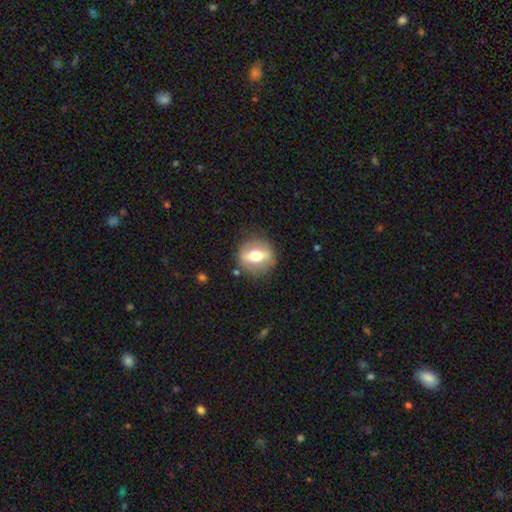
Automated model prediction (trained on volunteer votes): This is possibly a featured or disk galaxy (51%). It is likely not viewed edge-on (64%). Merging: clearly none (83%).